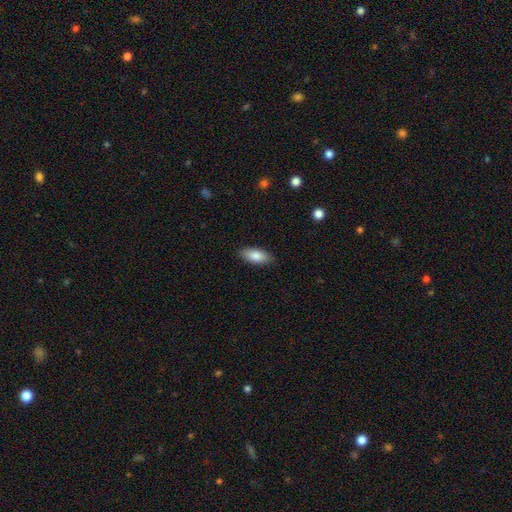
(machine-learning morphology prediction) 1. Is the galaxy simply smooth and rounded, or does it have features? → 85% smooth, 9% featured or disk, 6% star or artifact.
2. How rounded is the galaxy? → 85% in between, 13% cigar-shaped, 2% round.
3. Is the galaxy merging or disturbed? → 87% none, 10% minor disturbance, 2% major disturbance, 1% merger.